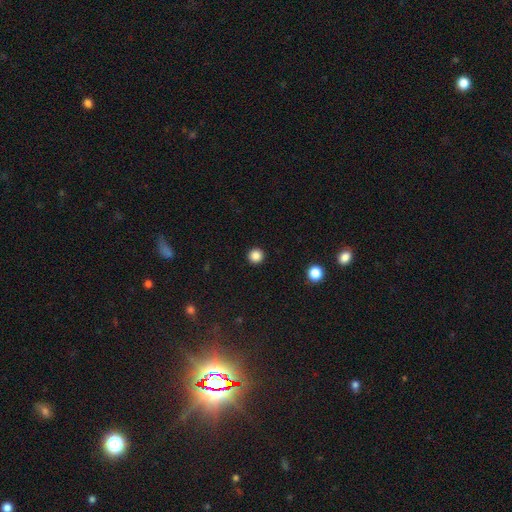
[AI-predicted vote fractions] Smooth or featured?
  - smooth: 86% *
  - star or artifact: 11%
  - featured or disk: 3%
How rounded?
  - round: 96% *
  - in between: 3%
  - cigar-shaped: 1%
Merging?
  - none: 93% *
  - minor disturbance: 4%
  - major disturbance: 2%
  - merger: 1%